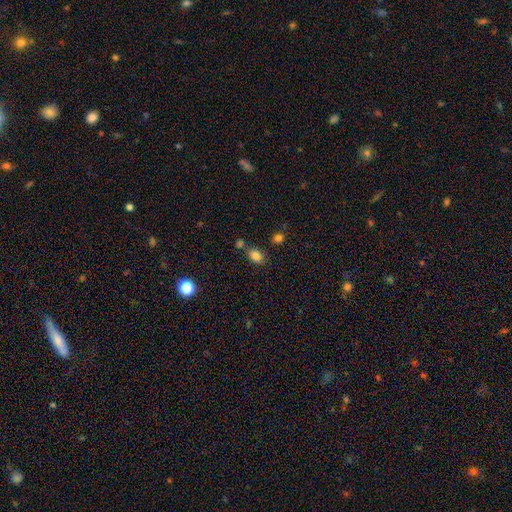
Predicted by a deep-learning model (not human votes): Smooth or featured: smooth — 83% (star or artifact — 11%)
How rounded: in between — 79% (round — 19%)
Merging: none — 69% (merger — 15%)